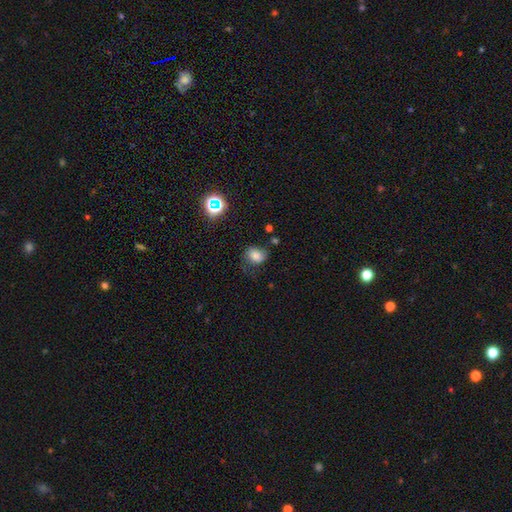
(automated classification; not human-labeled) Morphology: type=smooth (68%); roundness=round (52%); merging=none (47%).